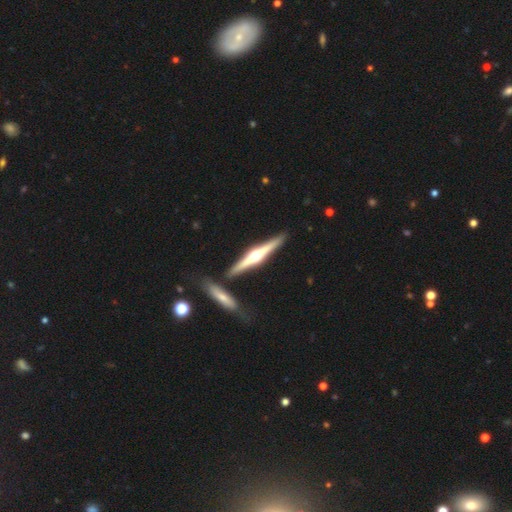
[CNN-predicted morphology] featured or disk 77%, smooth 18%, star or artifact 5%. Down the decision tree: edge-on disk — yes (98%); edge-on bulge — rounded (94%); merging — none (84%).